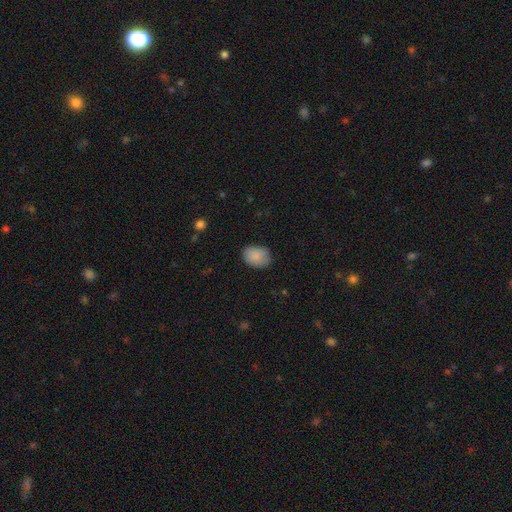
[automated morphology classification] A smooth galaxy with no disk features (88%) that is in between round and cigar-shaped (71%).

Vote fractions:
- Smooth or featured? smooth: 88% / star or artifact: 7% / featured or disk: 5%
- How rounded? in between: 71% / round: 28% / cigar-shaped: 1%
- Merging? none: 77% / minor disturbance: 18% / major disturbance: 4% / merger: 1%